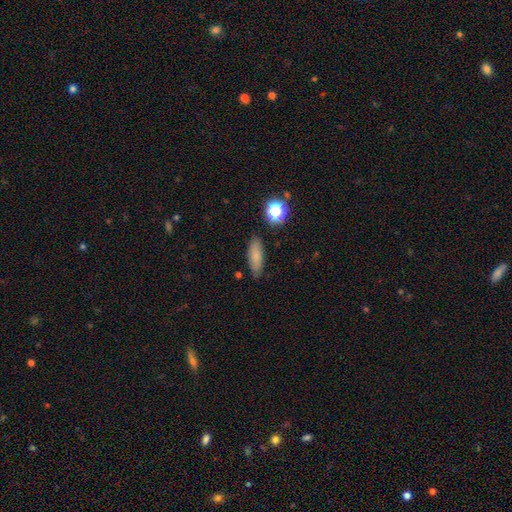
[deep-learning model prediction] Smooth or featured: smooth — 80% (star or artifact — 11%)
How rounded: in between — 62% (cigar-shaped — 34%)
Merging: none — 84% (minor disturbance — 11%)